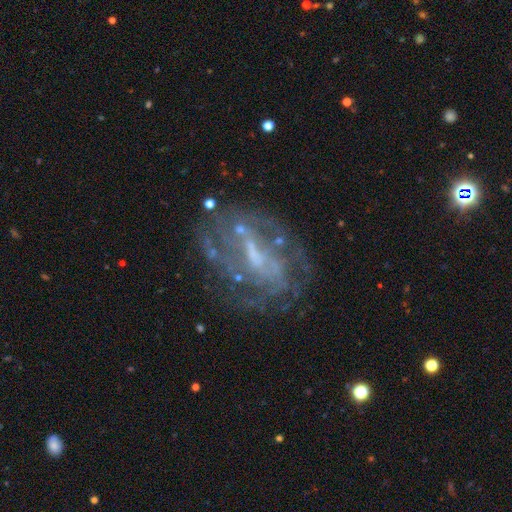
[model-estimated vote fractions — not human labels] Smooth or featured? Predicted: featured or disk (p=0.80). Edge-on disk? Predicted: no (p=0.95). Bar? Predicted: weak (p=0.42). Spiral arms? Predicted: yes (p=0.71). Spiral winding? Predicted: tight (p=0.46). Spiral arm count? Predicted: can't tell (p=0.52). Bulge size? Predicted: small (p=0.36). Merging? Predicted: none (p=0.62).